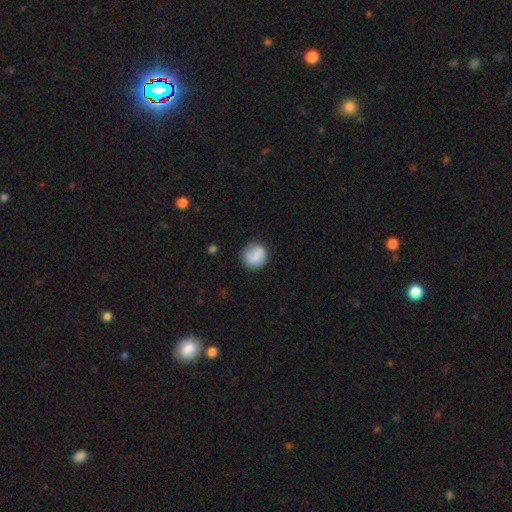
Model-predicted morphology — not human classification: Smooth or featured? Predicted: smooth (p=0.71). How rounded? Predicted: round (p=0.88). Merging? Predicted: none (p=0.82).